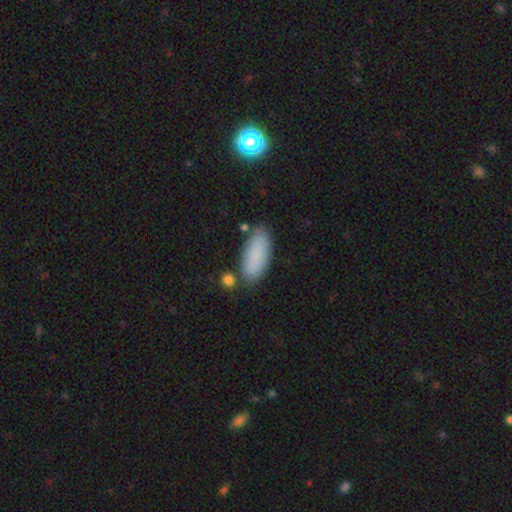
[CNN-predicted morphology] Q: Smooth or featured?
A: smooth (86%); runner-up: star or artifact (7%)
Q: How rounded?
A: in between (78%); runner-up: cigar-shaped (20%)
Q: Merging?
A: none (78%); runner-up: minor disturbance (13%)